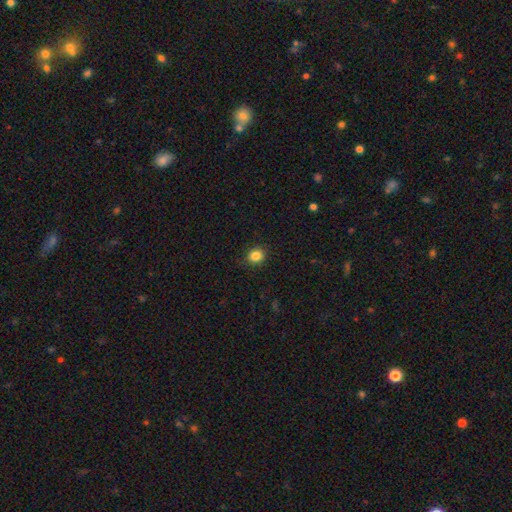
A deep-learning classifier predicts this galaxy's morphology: Smooth or featured? smooth (85%)
How rounded? round (75%)
Merging? none (89%)